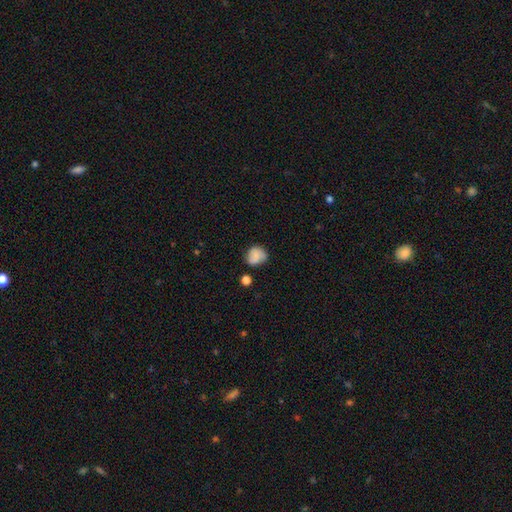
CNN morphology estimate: Q: Smooth or featured?
A: smooth (74%); runner-up: featured or disk (17%)
Q: How rounded?
A: round (71%); runner-up: in between (28%)
Q: Merging?
A: none (62%); runner-up: minor disturbance (25%)